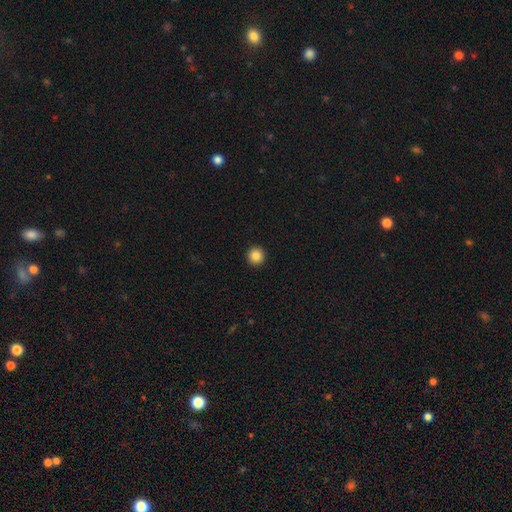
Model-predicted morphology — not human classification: The model was most divided on "smooth or featured": smooth: 86%, star or artifact: 10%, featured or disk: 4%. More confident: how rounded — round (96%); merging — none (94%).